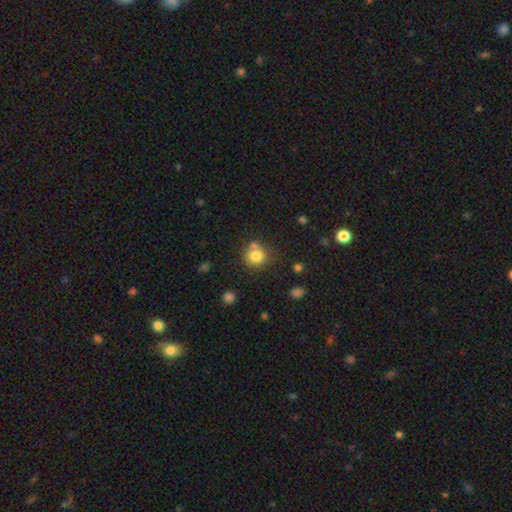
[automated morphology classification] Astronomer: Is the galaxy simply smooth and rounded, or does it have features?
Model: smooth — 79%.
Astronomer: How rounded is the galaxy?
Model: round — 88%.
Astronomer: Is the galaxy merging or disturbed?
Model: none — 63%.